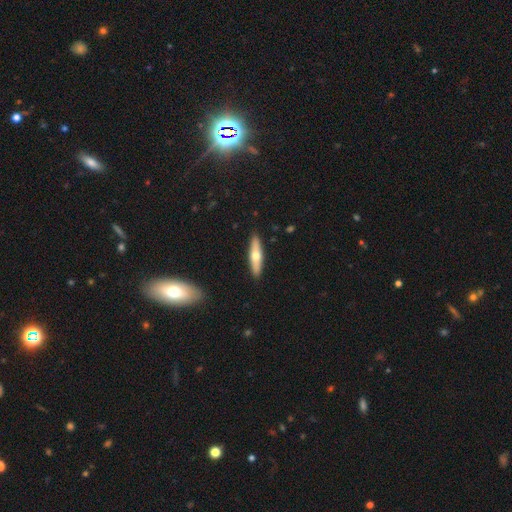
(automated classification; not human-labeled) Smooth or featured: smooth — 51% (featured or disk — 44%)
How rounded: cigar-shaped — 74% (in between — 23%)
Merging: none — 90% (minor disturbance — 7%)